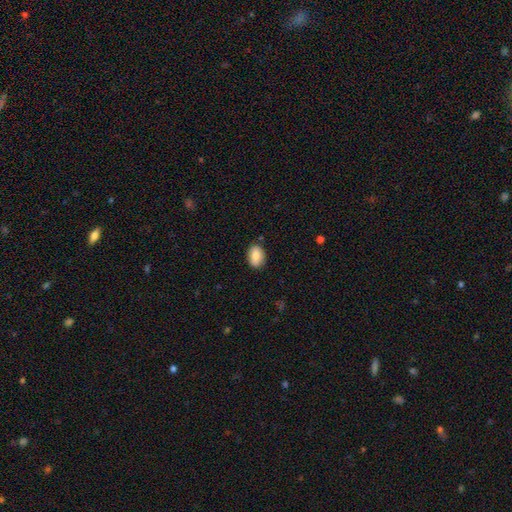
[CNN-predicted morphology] This is clearly a smooth galaxy (84%). How rounded: clearly in between (85%). Merging: clearly none (84%).